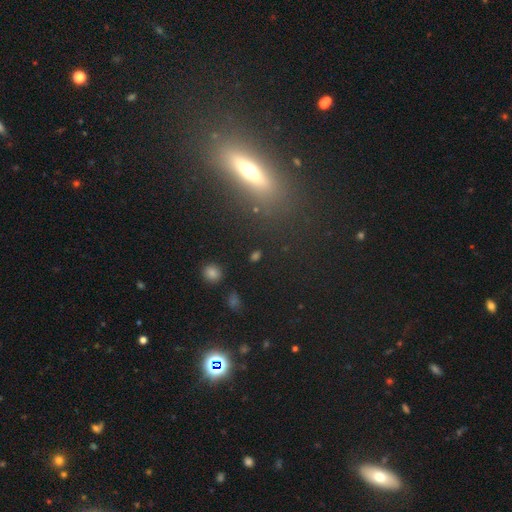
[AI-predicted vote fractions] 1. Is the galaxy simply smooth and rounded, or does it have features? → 47% smooth, 32% star or artifact, 22% featured or disk.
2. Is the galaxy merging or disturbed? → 81% none, 10% minor disturbance, 6% major disturbance, 4% merger.